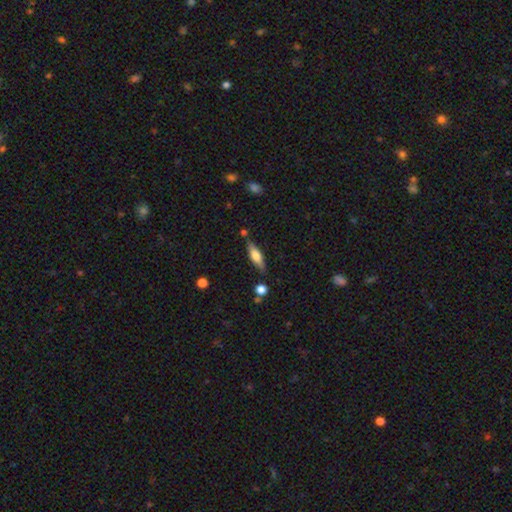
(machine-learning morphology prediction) A smooth galaxy with no disk features (55%) that is cigar-shaped (56%).

Vote fractions:
- Smooth or featured? smooth: 55% / featured or disk: 38% / star or artifact: 7%
- How rounded? cigar-shaped: 56% / in between: 42% / round: 2%
- Merging? none: 78% / minor disturbance: 14% / merger: 5% / major disturbance: 3%